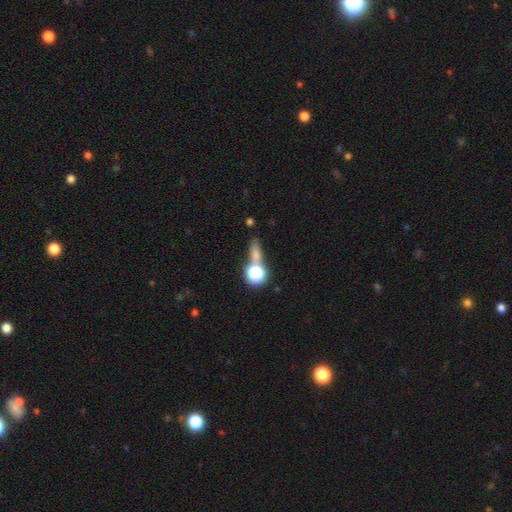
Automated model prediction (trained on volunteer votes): Q: Smooth or featured?
A: smooth (59%); runner-up: star or artifact (28%)
Q: How rounded?
A: round (40%); runner-up: cigar-shaped (30%)
Q: Merging?
A: none (58%); runner-up: merger (23%)